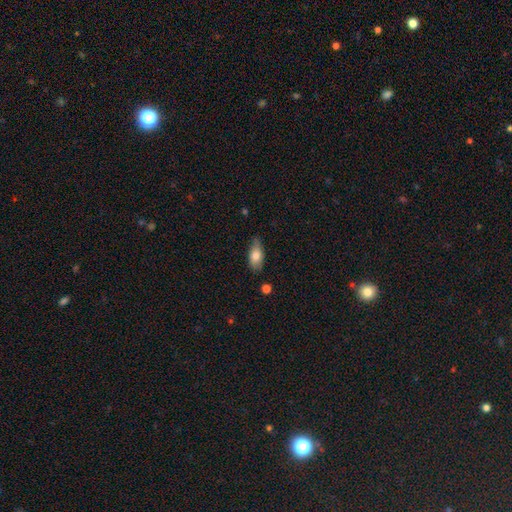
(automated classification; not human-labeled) Q: Smooth or featured?
A: smooth (76%); runner-up: featured or disk (18%)
Q: How rounded?
A: in between (85%); runner-up: cigar-shaped (11%)
Q: Merging?
A: none (73%); runner-up: minor disturbance (21%)